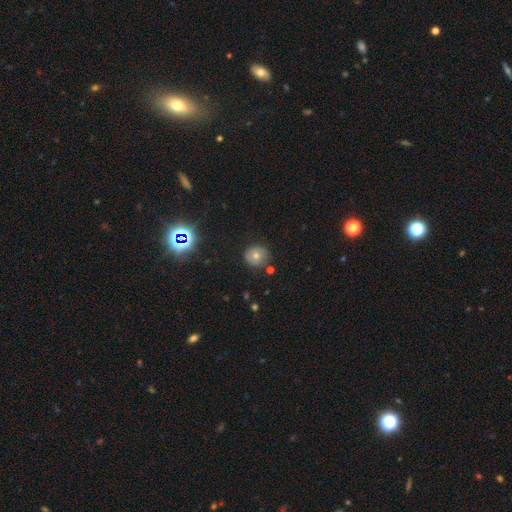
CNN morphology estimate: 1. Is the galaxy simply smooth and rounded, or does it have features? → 63% smooth, 19% featured or disk, 18% star or artifact.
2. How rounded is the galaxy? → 85% round, 14% in between, 1% cigar-shaped.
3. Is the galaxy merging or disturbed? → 78% none, 14% minor disturbance, 4% merger, 3% major disturbance.